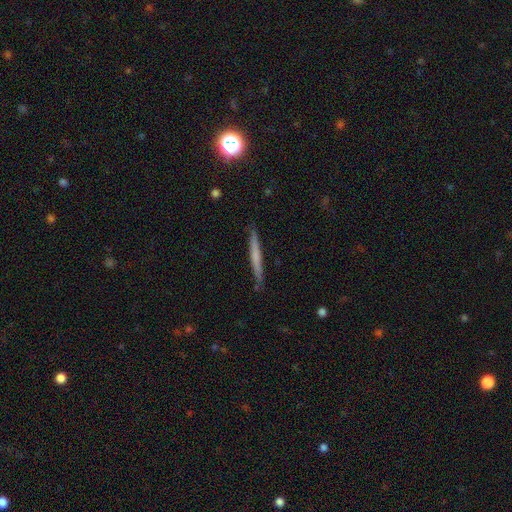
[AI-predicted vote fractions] This is possibly a smooth galaxy (52%). How rounded: clearly cigar-shaped (96%). Merging: clearly none (88%).